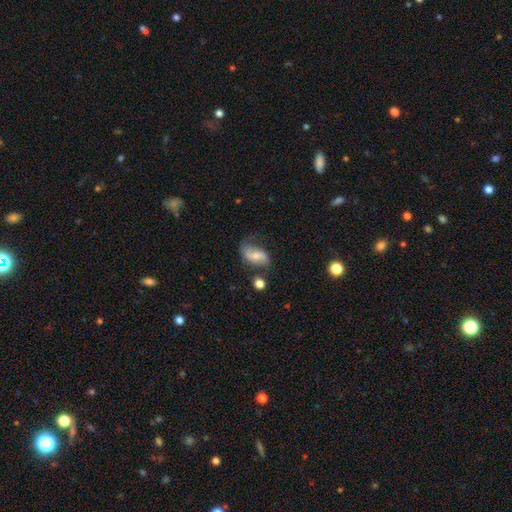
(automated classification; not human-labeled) Smooth or featured? featured or disk (53%)
Edge-on disk? no (94%)
Merging? none (47%)